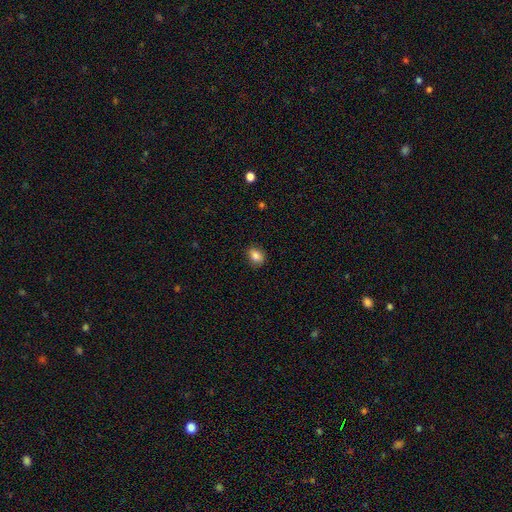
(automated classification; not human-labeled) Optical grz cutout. It shows a smooth galaxy with no disk features (84%) that is in between round and cigar-shaped (51%). Merging: none (87%).